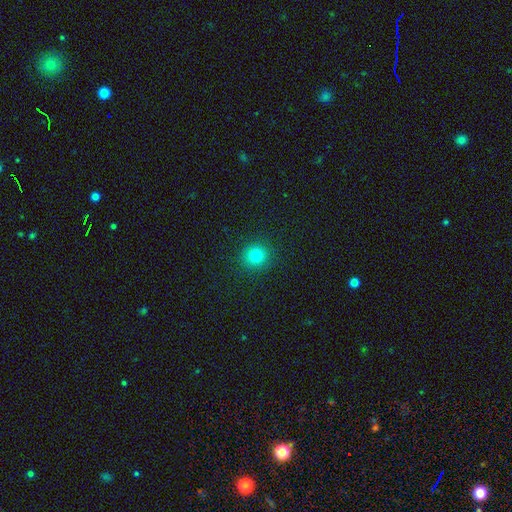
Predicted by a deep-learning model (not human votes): Smooth or featured? Predicted: smooth (p=0.80). How rounded? Predicted: round (p=0.92). Merging? Predicted: none (p=0.91).